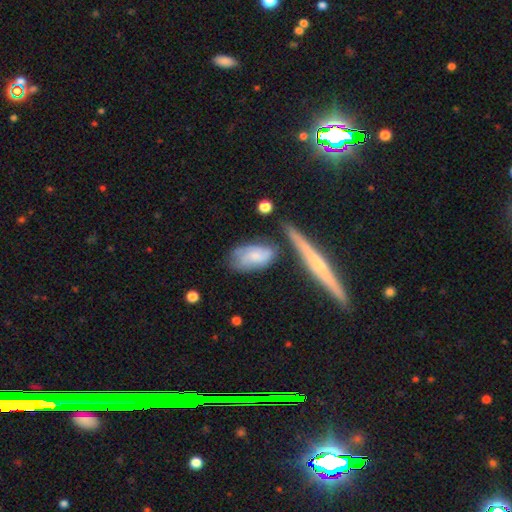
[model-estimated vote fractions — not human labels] Smooth or featured: featured or disk — 52% (smooth — 41%)
Edge-on disk: no — 86% (yes — 14%)
Merging: none — 52% (minor disturbance — 24%)